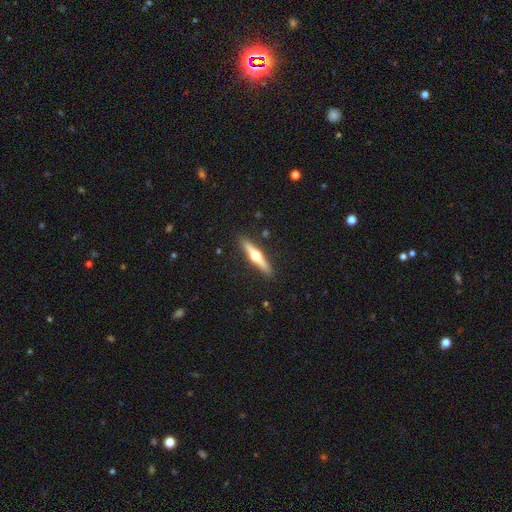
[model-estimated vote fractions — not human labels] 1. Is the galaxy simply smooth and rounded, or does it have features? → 64% featured or disk, 30% smooth, 5% star or artifact.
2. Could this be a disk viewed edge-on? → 97% yes, 3% no.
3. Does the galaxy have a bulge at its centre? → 95% rounded, 3% none, 2% boxy.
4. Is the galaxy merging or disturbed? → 90% none, 7% minor disturbance, 2% major disturbance, 1% merger.